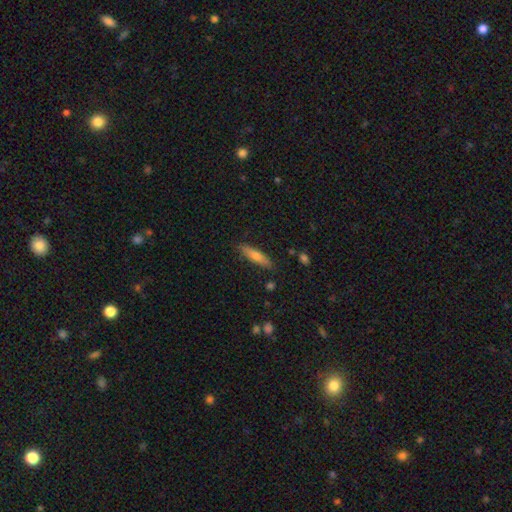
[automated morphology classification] Smooth or featured: smooth — 65% (featured or disk — 28%)
How rounded: cigar-shaped — 81% (in between — 18%)
Merging: none — 87% (minor disturbance — 9%)